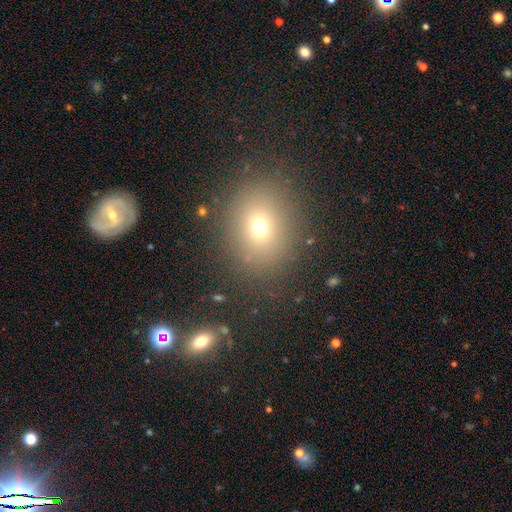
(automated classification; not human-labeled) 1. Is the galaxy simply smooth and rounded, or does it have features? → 59% smooth, 29% star or artifact, 12% featured or disk.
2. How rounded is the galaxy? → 54% round, 45% in between, 1% cigar-shaped.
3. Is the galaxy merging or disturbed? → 86% none, 8% minor disturbance, 3% major disturbance, 2% merger.